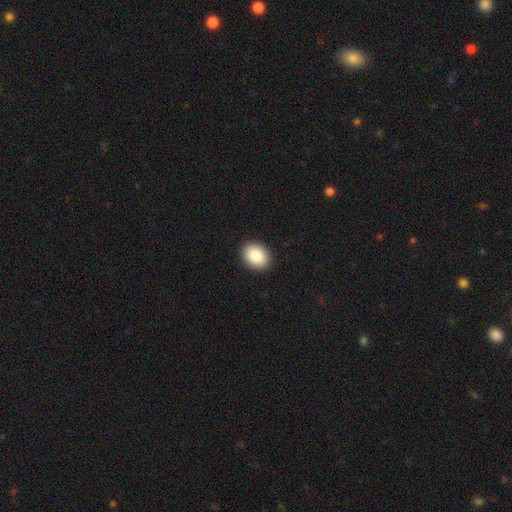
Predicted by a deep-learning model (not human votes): Smooth or featured: smooth — 88% (star or artifact — 7%)
How rounded: in between — 61% (round — 38%)
Merging: none — 92% (minor disturbance — 6%)